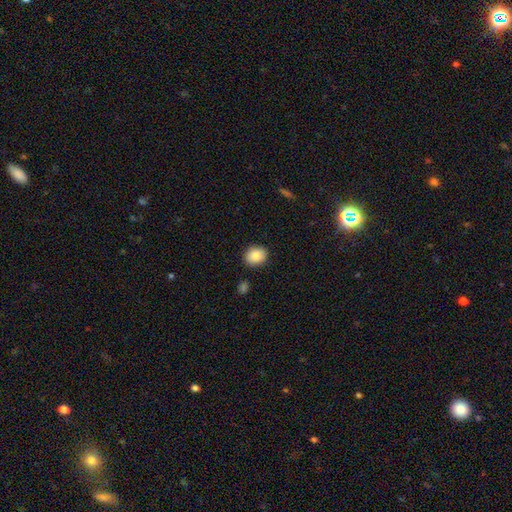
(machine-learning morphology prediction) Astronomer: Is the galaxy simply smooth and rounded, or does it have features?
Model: smooth — 87%.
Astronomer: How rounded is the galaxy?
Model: round — 58% (runner-up: in between, 41%).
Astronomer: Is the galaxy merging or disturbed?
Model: none — 87%.